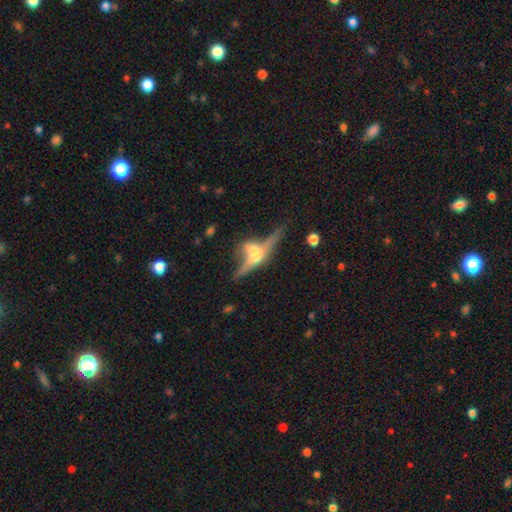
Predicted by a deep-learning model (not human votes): featured or disk 75%, smooth 17%, star or artifact 8%. Down the decision tree: edge-on disk — yes (86%); edge-on bulge — rounded (86%); merging — none (53%).